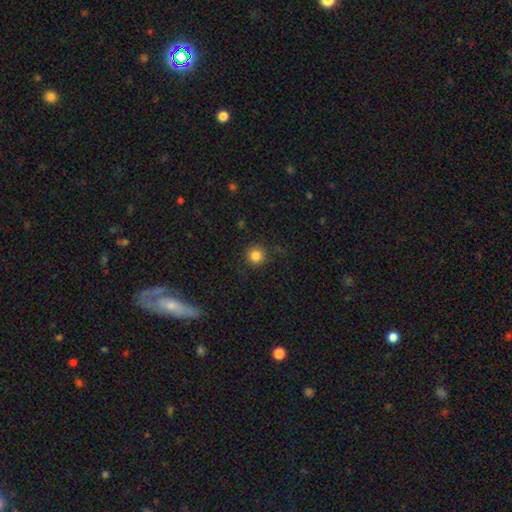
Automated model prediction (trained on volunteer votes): Q: Smooth or featured?
A: smooth (83%); runner-up: star or artifact (12%)
Q: How rounded?
A: round (95%); runner-up: in between (4%)
Q: Merging?
A: none (90%); runner-up: minor disturbance (7%)